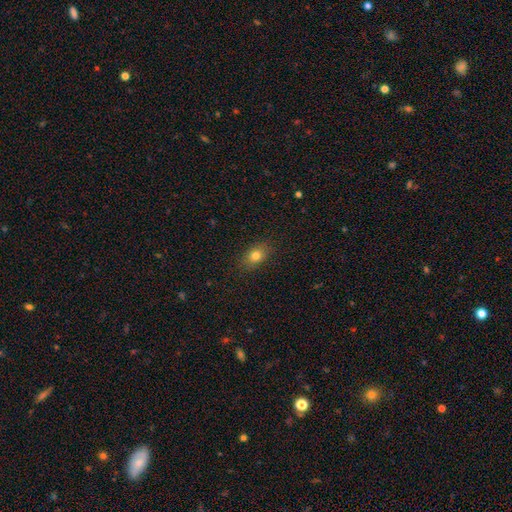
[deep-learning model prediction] This appears to be a smooth galaxy with no disk features (79%) that is in between round and cigar-shaped (73%). Merging: none (86%).